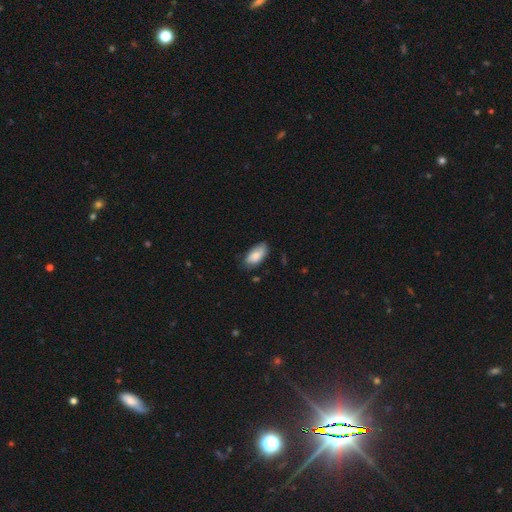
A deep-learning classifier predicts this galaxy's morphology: Smooth or featured? Predicted: smooth (p=0.82). How rounded? Predicted: in between (p=0.93). Merging? Predicted: none (p=0.68).